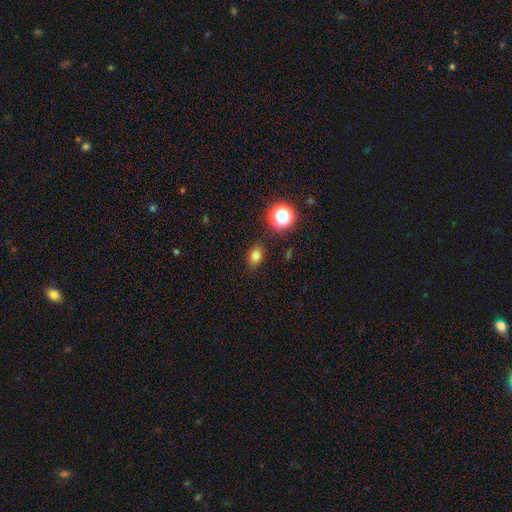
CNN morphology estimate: Q: Smooth or featured?
A: smooth (77%); runner-up: star or artifact (15%)
Q: How rounded?
A: in between (65%); runner-up: round (34%)
Q: Merging?
A: none (85%); runner-up: minor disturbance (10%)